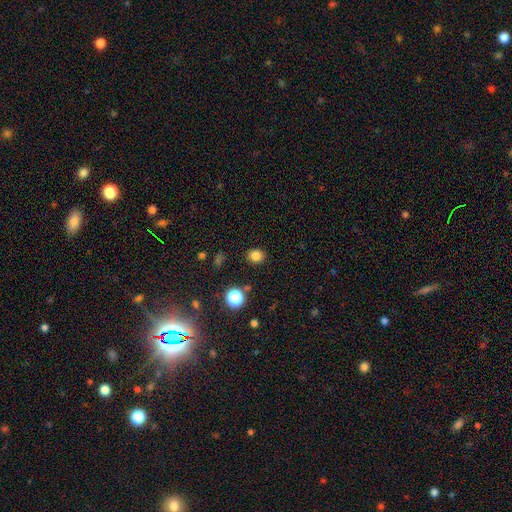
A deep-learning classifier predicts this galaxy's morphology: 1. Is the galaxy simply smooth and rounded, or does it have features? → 81% smooth, 14% star or artifact, 5% featured or disk.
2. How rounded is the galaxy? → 61% round, 38% in between, 1% cigar-shaped.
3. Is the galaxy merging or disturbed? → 88% none, 8% minor disturbance, 3% major disturbance, 2% merger.